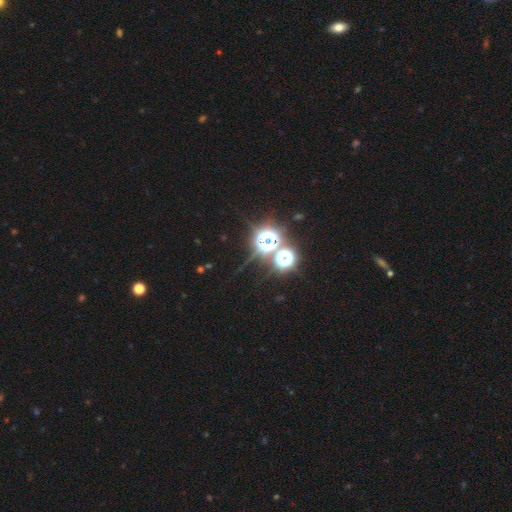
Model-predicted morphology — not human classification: Q: Smooth or featured?
A: star or artifact (78%); runner-up: smooth (16%)